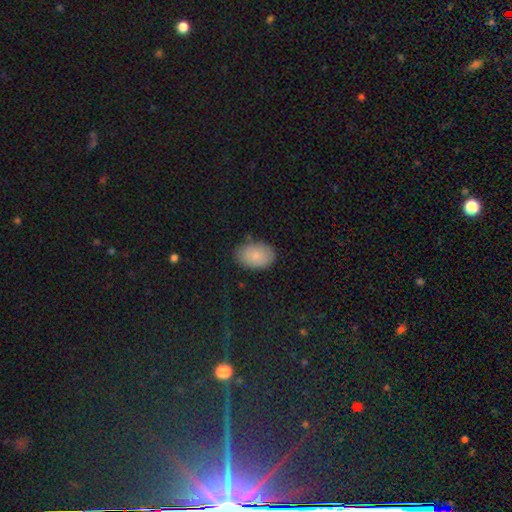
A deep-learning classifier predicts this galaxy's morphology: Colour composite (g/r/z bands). It shows a smooth galaxy with no disk features (82%) that is in between round and cigar-shaped (86%). Merging: none (81%).